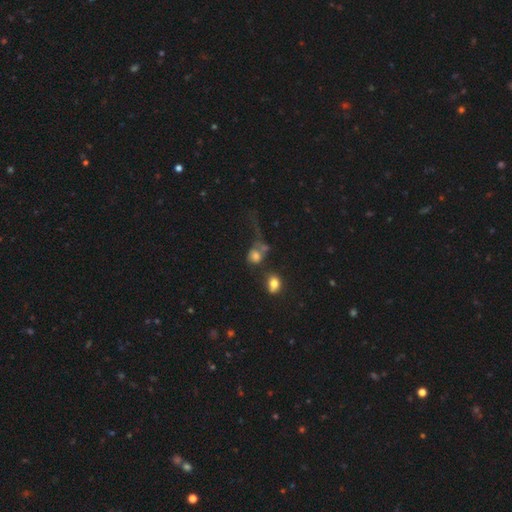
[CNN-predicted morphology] Q: Smooth or featured?
A: smooth (69%); runner-up: featured or disk (17%)
Q: How rounded?
A: round (63%); runner-up: in between (35%)
Q: Merging?
A: merger (31%); runner-up: none (30%)